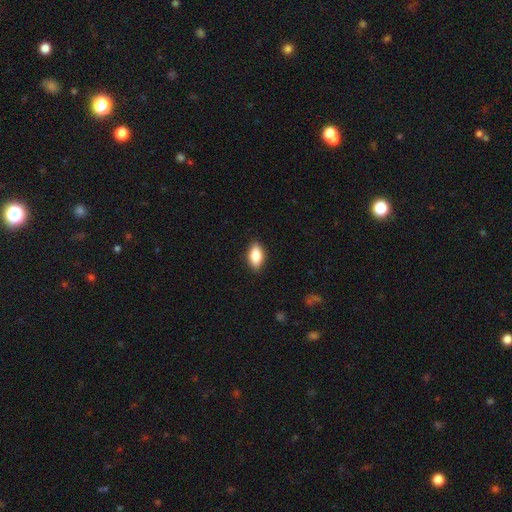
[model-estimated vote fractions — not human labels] Smooth or featured? Predicted: smooth (p=0.79). How rounded? Predicted: in between (p=0.88). Merging? Predicted: none (p=0.88).